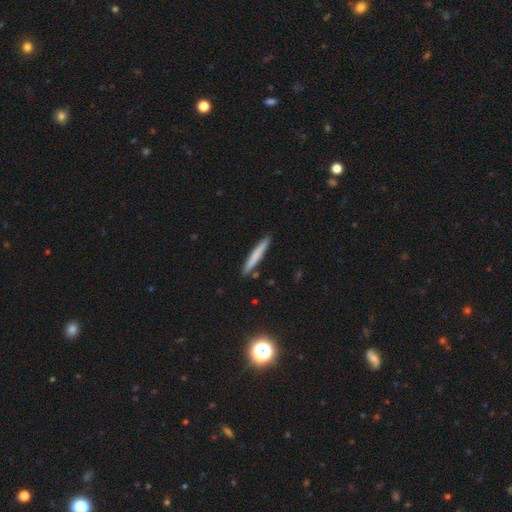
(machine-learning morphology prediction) Smooth or featured? smooth (71%)
How rounded? cigar-shaped (95%)
Merging? none (89%)